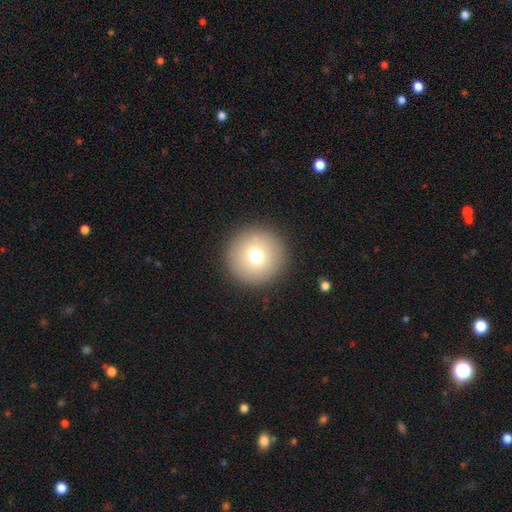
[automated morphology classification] Smooth or featured?
  - smooth: 72% *
  - featured or disk: 16%
  - star or artifact: 12%
How rounded?
  - round: 96% *
  - in between: 3%
  - cigar-shaped: 1%
Merging?
  - none: 92% *
  - minor disturbance: 5%
  - major disturbance: 2%
  - merger: 1%